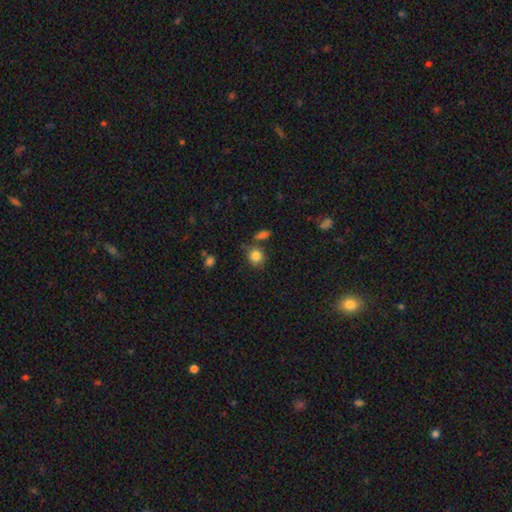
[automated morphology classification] smooth 84%, star or artifact 10%, featured or disk 6%. Down the decision tree: how rounded — round (73%); merging — none (72%).